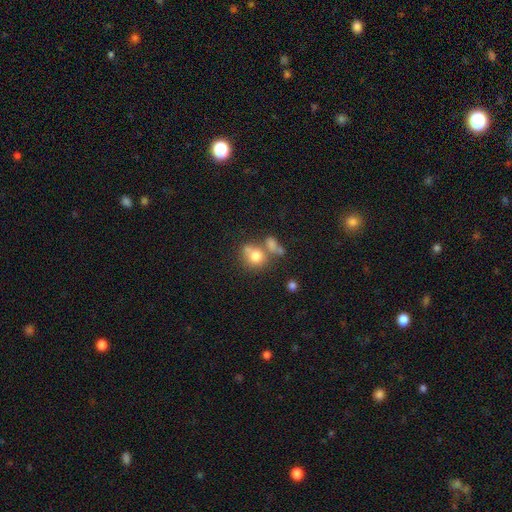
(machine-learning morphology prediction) Smooth or featured?
  - smooth: 73% *
  - featured or disk: 16%
  - star or artifact: 11%
How rounded?
  - round: 73% *
  - in between: 26%
  - cigar-shaped: 1%
Merging?
  - none: 41% *
  - merger: 38%
  - minor disturbance: 13%
  - major disturbance: 8%